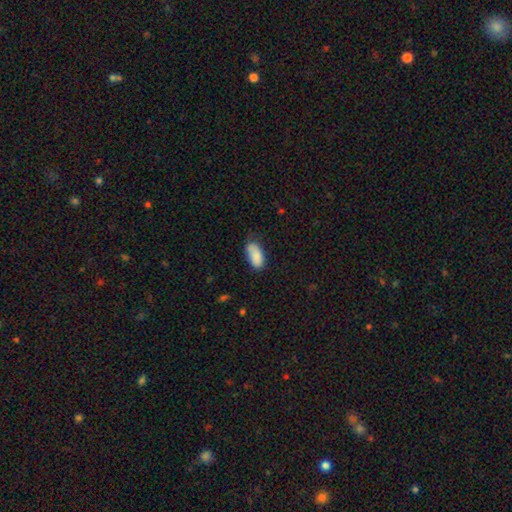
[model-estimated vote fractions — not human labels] The model was most divided on "merging": none: 60%, minor disturbance: 31%, major disturbance: 7%, merger: 3%. More confident: how rounded — in between (92%); smooth or featured — smooth (86%).